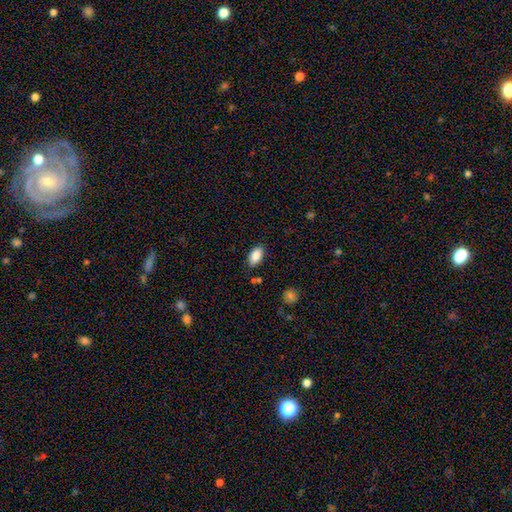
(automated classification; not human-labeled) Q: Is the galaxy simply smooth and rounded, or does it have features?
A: smooth — 87%.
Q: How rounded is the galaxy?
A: in between — 93%.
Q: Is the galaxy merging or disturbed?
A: none — 83%.